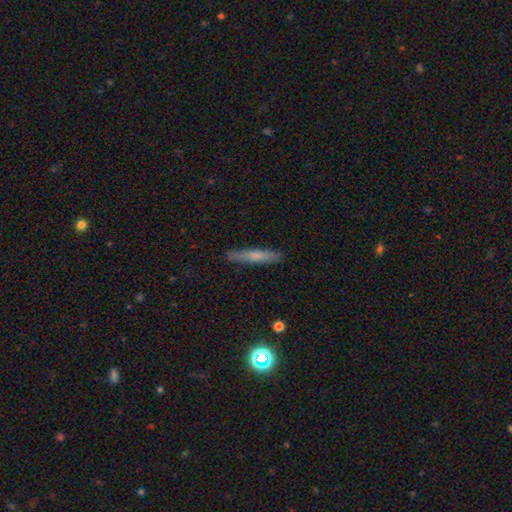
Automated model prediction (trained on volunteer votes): Morphology: type=smooth (60%); roundness=cigar-shaped (92%); merging=none (88%).